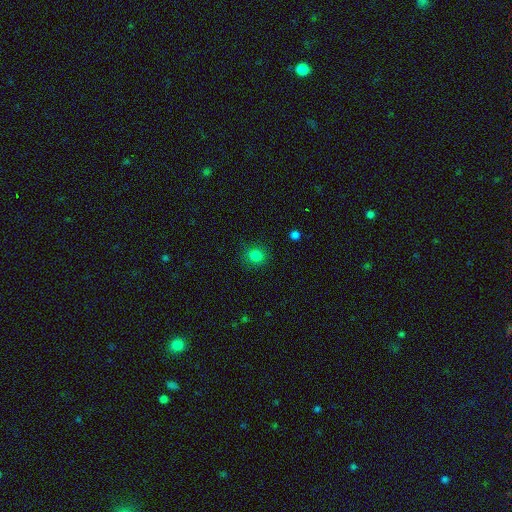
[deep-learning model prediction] Overall: smooth (82%). How rounded: round (80%). Merging: none (86%).